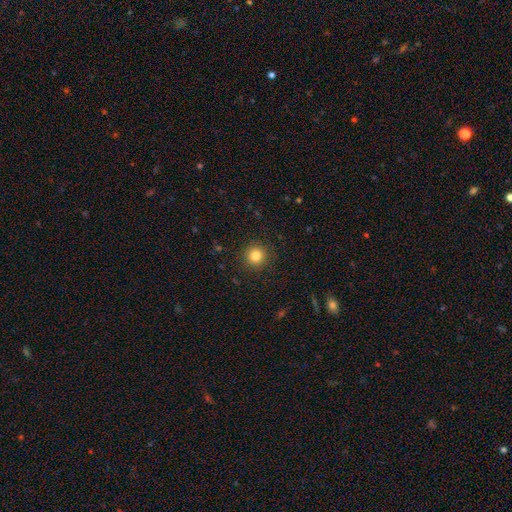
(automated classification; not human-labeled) This appears to be a smooth galaxy with no disk features (83%) that is round (95%). Merging: none (91%).